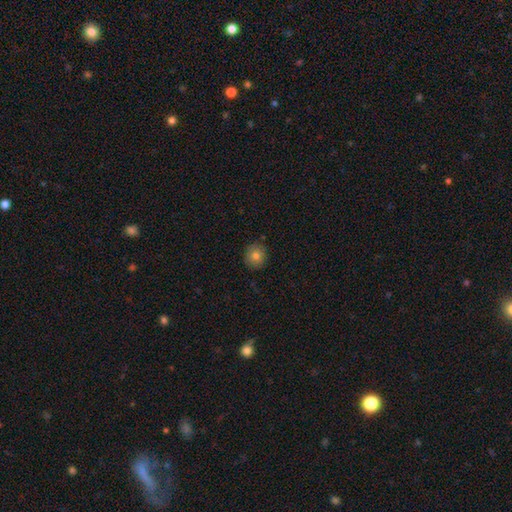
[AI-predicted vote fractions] smooth_or_featured: smooth (p=0.80) [alt: star or artifact p=0.10]
how_rounded: round (p=0.86) [alt: in between p=0.13]
merging: none (p=0.87) [alt: minor disturbance p=0.09]